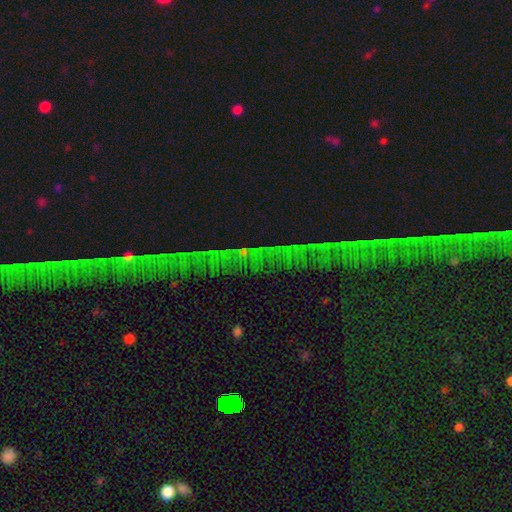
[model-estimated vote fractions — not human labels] This appears to be a star or artifact, not a galaxy (82%).